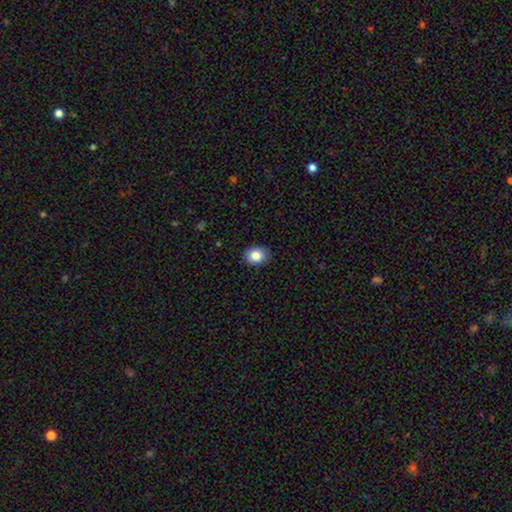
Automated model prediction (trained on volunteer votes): Q: Smooth or featured?
A: smooth (85%); runner-up: star or artifact (9%)
Q: How rounded?
A: round (53%); runner-up: in between (46%)
Q: Merging?
A: none (89%); runner-up: minor disturbance (8%)